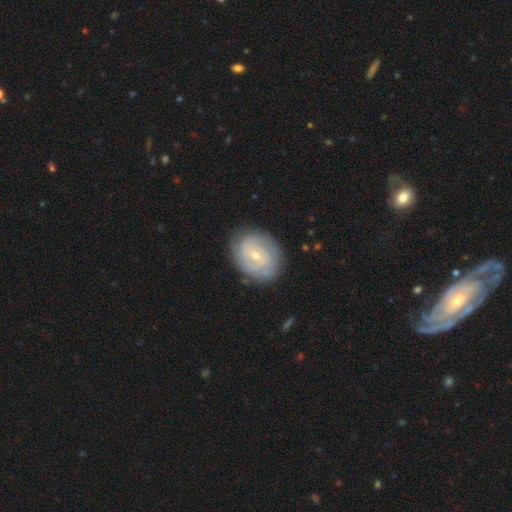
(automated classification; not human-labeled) A featured or disk galaxy (69%) with no bar (60%), tight (69%) spiral arms (84%) and a small central bulge (70%).

Vote fractions:
- Smooth or featured? featured or disk: 69% / smooth: 25% / star or artifact: 7%
- Edge-on disk? no: 97% / yes: 3%
- Bar? no: 60% / weak: 33% / strong: 6%
- Spiral arms? yes: 84% / no: 16%
- Spiral winding? tight: 69% / medium: 23% / loose: 7%
- Spiral arm count? can't tell: 41% / 2: 34% / 3: 12% / 4: 6% / 1: 4% / more than 4: 4%
- Bulge size? small: 70% / moderate: 26% / large: 1% / none: 1% / dominant: 1%
- Merging? none: 81% / minor disturbance: 14% / major disturbance: 4% / merger: 1%